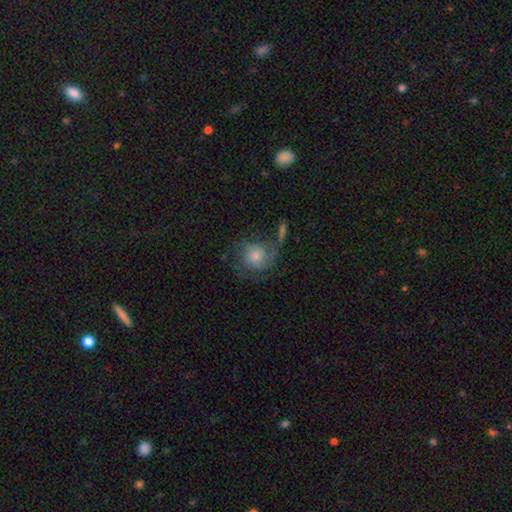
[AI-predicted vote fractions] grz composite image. It shows a featured or disk galaxy (54%) with no bar (79%), spiral arms (80%) and a moderate central bulge (51%). Merging: none (50%).